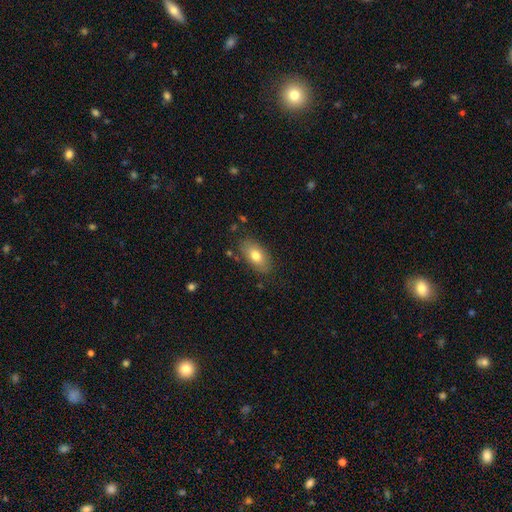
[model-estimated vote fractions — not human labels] Smooth or featured?
  - smooth: 76% *
  - featured or disk: 17%
  - star or artifact: 7%
How rounded?
  - in between: 91% *
  - round: 5%
  - cigar-shaped: 4%
Merging?
  - none: 82% *
  - minor disturbance: 13%
  - major disturbance: 3%
  - merger: 2%